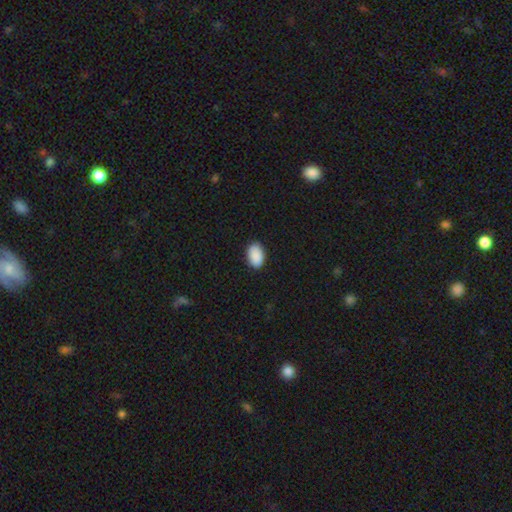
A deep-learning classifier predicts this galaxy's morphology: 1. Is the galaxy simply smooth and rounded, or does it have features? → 91% smooth, 7% star or artifact, 3% featured or disk.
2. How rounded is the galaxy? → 90% in between, 9% round, 1% cigar-shaped.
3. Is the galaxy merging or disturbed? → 88% none, 9% minor disturbance, 2% major disturbance, 1% merger.